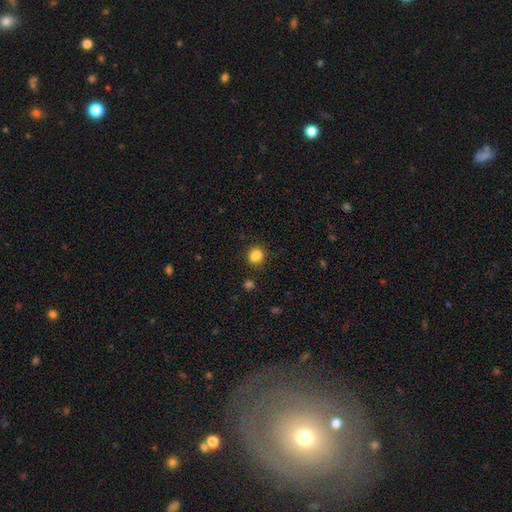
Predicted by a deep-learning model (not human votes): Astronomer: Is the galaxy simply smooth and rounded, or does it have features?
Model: smooth — 85%.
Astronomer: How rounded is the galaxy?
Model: round — 83%.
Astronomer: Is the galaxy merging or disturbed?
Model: none — 85%.